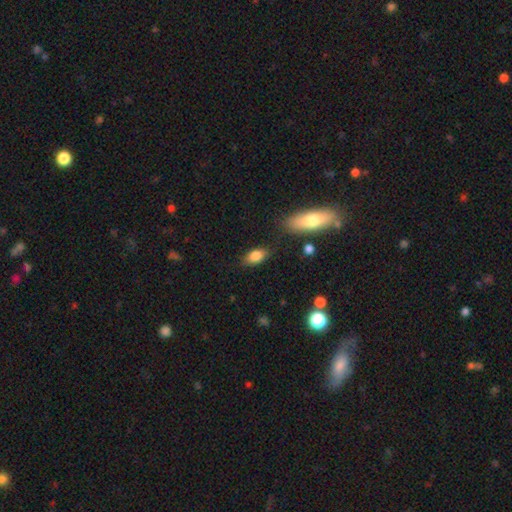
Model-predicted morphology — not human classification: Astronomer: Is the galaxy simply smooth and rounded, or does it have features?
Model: smooth — 83%.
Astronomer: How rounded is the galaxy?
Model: in between — 87%.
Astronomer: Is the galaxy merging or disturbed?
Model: none — 80%.